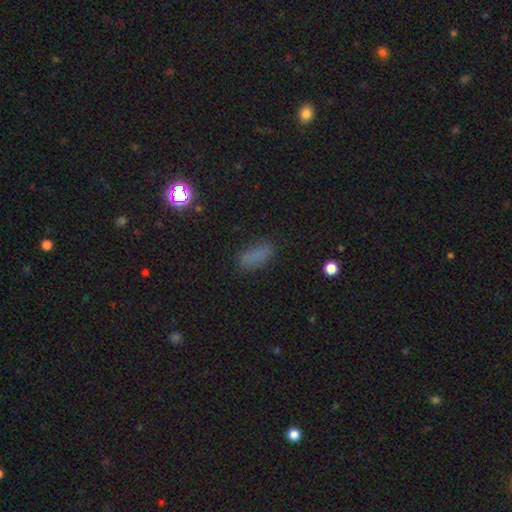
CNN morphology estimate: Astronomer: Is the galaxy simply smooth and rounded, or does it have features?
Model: smooth — 76%.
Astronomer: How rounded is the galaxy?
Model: in between — 73%.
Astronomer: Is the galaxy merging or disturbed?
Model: none — 77%.